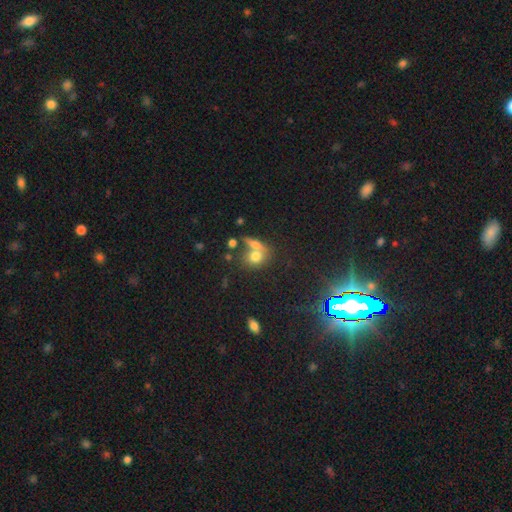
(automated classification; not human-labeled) This appears to be a smooth galaxy with no disk features (70%) that is round (51%). Merging: merger (48%).